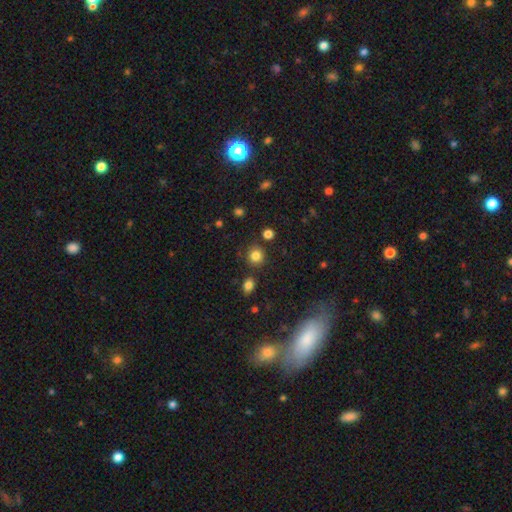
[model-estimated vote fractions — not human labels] Overall: smooth (83%). How rounded: round (88%). Merging: none (83%).